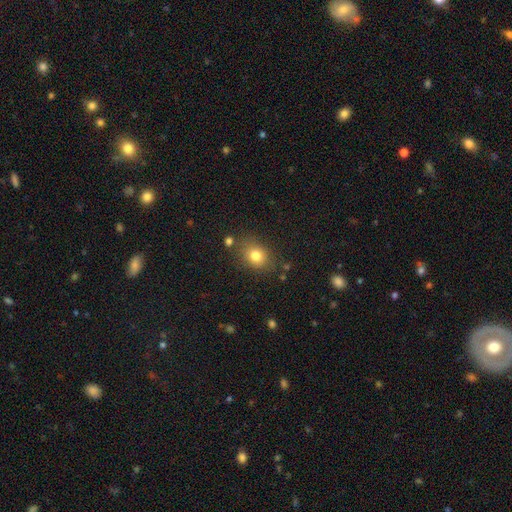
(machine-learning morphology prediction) This appears to be a smooth galaxy with no disk features (79%) that is round (50%). Merging: none (78%).